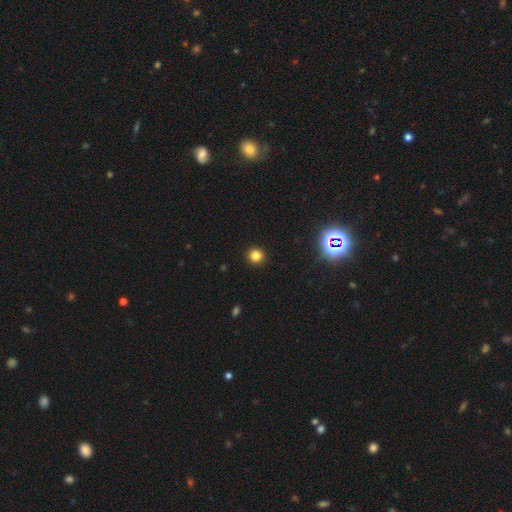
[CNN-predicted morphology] Smooth or featured? smooth (81%)
How rounded? round (94%)
Merging? none (93%)